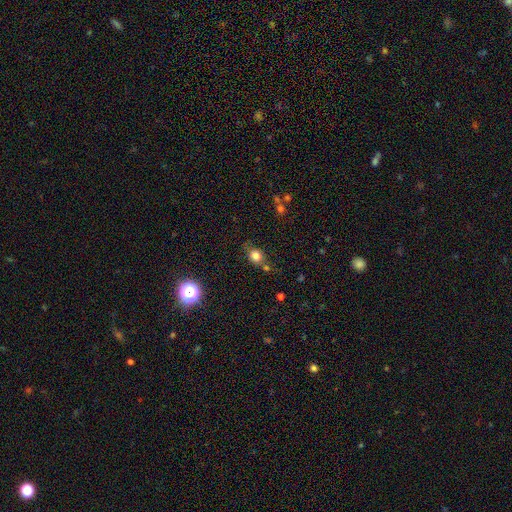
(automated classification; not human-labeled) smooth_or_featured: smooth (p=0.78) [alt: star or artifact p=0.14]
how_rounded: round (p=0.63) [alt: in between p=0.36]
merging: none (p=0.64) [alt: minor disturbance p=0.21]